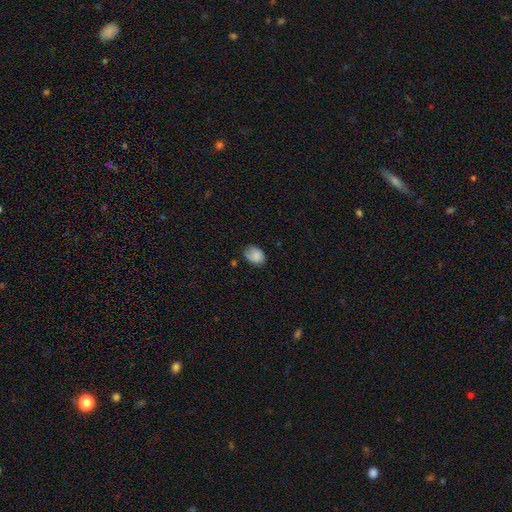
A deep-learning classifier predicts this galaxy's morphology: type=smooth (79%); roundness=in between (72%); merging=none (57%).